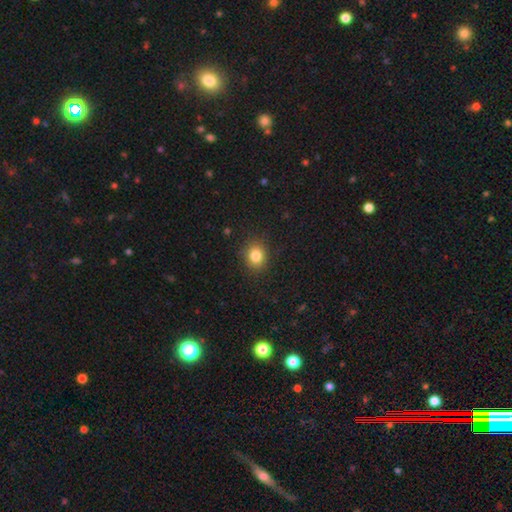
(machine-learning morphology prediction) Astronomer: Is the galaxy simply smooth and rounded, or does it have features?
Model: smooth — 84%.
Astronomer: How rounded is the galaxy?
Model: round — 73%.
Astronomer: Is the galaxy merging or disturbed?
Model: none — 87%.